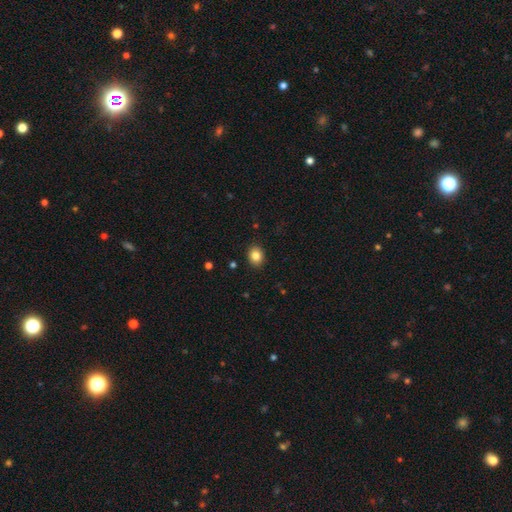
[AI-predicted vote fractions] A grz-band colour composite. It shows a smooth galaxy with no disk features (84%) that is round (57%). Merging: none (90%).